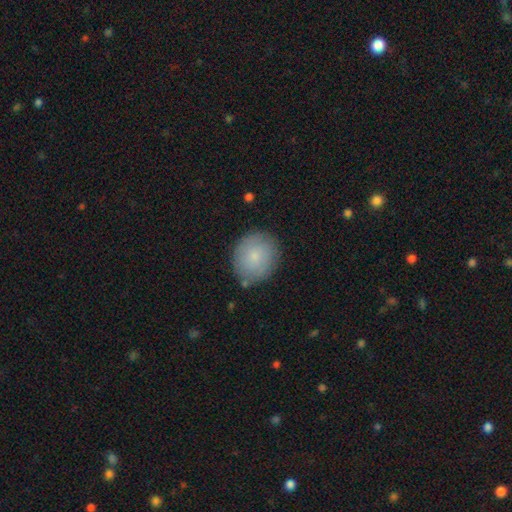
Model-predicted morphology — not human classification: Smooth or featured: smooth — 80% (featured or disk — 13%)
How rounded: round — 73% (in between — 26%)
Merging: none — 82% (minor disturbance — 13%)